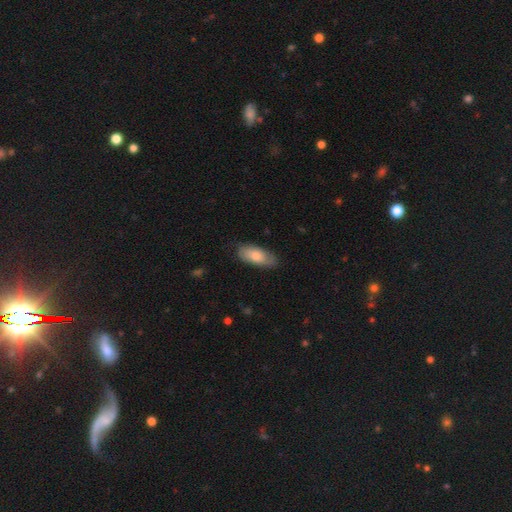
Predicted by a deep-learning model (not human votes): smooth 74%, featured or disk 20%, star or artifact 5%. Down the decision tree: how rounded — in between (86%); merging — none (78%).